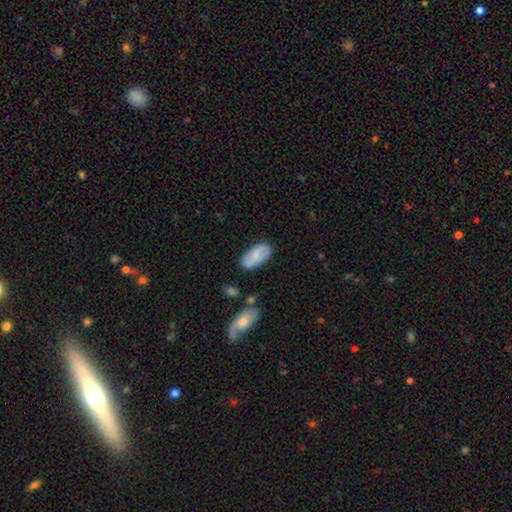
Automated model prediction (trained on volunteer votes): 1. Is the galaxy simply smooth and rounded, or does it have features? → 73% smooth, 20% featured or disk, 7% star or artifact.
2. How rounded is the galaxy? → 93% in between, 4% cigar-shaped, 3% round.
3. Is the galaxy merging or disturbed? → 72% none, 19% minor disturbance, 5% major disturbance, 4% merger.